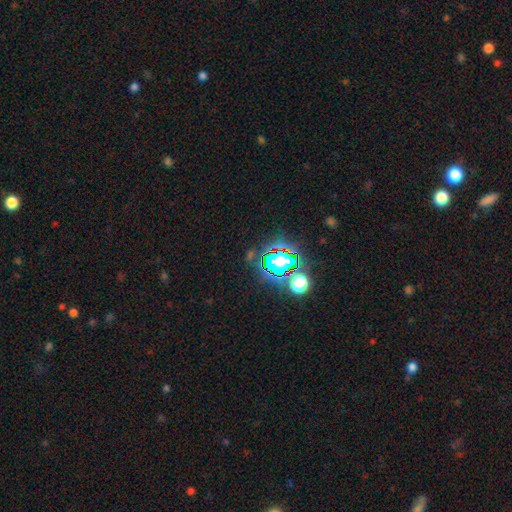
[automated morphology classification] A star or artifact, not a galaxy (77%).

Vote fractions:
- Smooth or featured? star or artifact: 77% / smooth: 14% / featured or disk: 8%